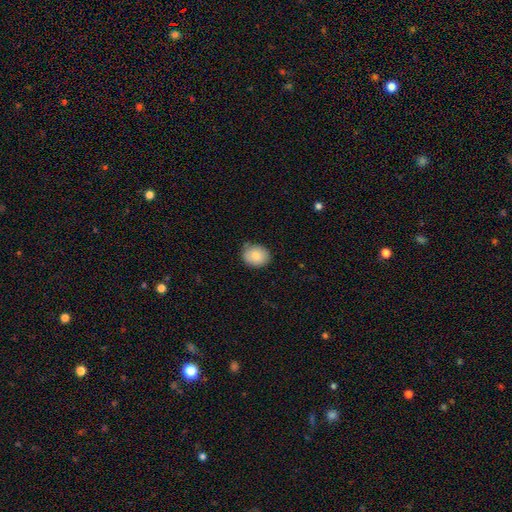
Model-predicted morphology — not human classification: A smooth galaxy with no disk features (82%) that is round (54%).

Vote fractions:
- Smooth or featured? smooth: 82% / featured or disk: 10% / star or artifact: 8%
- How rounded? round: 54% / in between: 45% / cigar-shaped: 1%
- Merging? none: 78% / minor disturbance: 18% / major disturbance: 3% / merger: 2%